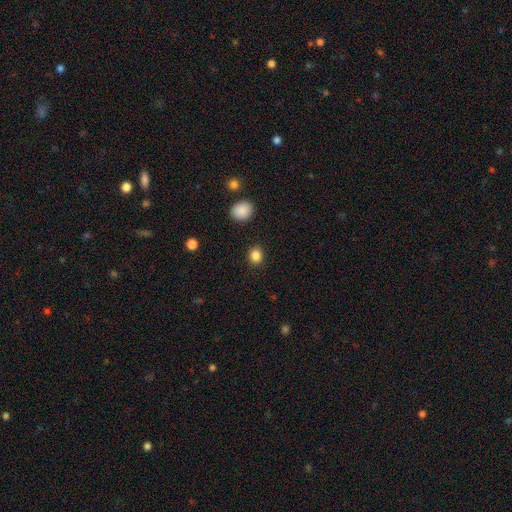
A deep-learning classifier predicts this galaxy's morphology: Q: Smooth or featured?
A: smooth (85%); runner-up: star or artifact (11%)
Q: How rounded?
A: round (71%); runner-up: in between (29%)
Q: Merging?
A: none (90%); runner-up: minor disturbance (6%)